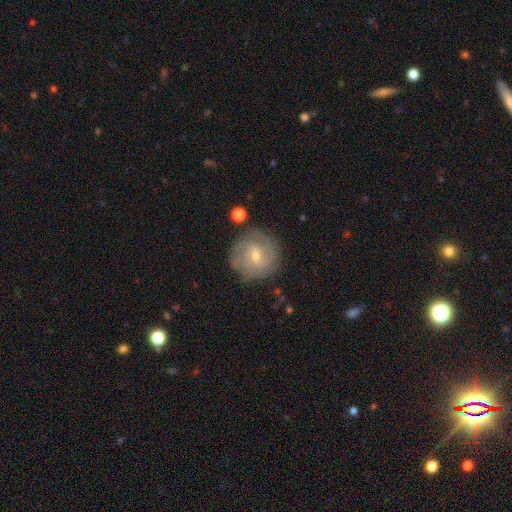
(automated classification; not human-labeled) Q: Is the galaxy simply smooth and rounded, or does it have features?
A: featured or disk — 71%.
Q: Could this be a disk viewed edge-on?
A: no — 97%.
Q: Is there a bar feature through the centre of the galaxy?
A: weak — 47%.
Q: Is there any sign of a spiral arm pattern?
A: yes — 89%.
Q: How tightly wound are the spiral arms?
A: tight — 61%.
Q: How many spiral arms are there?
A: can't tell — 37%.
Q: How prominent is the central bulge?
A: small — 62%.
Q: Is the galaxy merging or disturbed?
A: none — 80%.